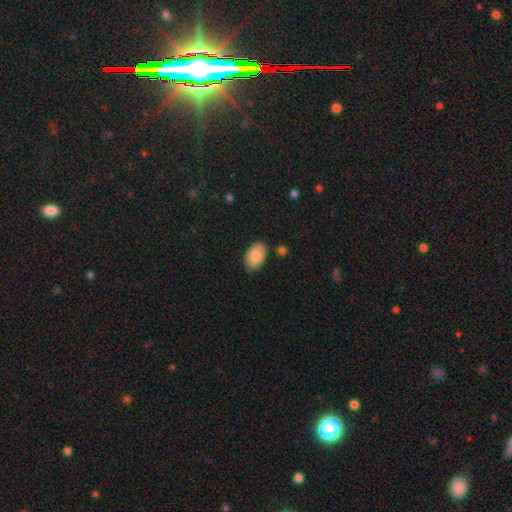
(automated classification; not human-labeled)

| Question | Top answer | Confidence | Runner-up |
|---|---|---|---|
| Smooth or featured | smooth | 84% | featured or disk (9%) |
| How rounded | in between | 92% | round (7%) |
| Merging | none | 84% | minor disturbance (12%) |